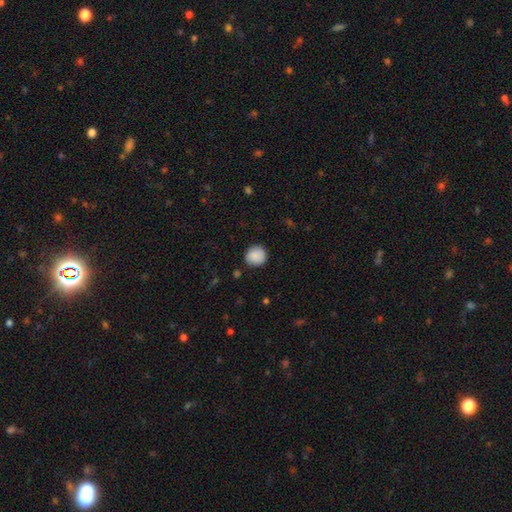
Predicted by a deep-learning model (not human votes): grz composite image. It shows a smooth galaxy with no disk features (88%) that is round (91%). Merging: none (86%).